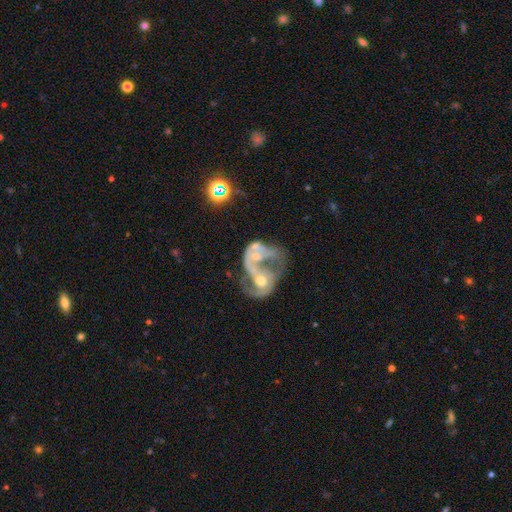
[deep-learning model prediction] Q: Smooth or featured?
A: featured or disk (75%); runner-up: smooth (16%)
Q: Edge-on disk?
A: no (98%); runner-up: yes (2%)
Q: Bar?
A: no (74%); runner-up: weak (21%)
Q: Spiral arms?
A: yes (65%); runner-up: no (35%)
Q: Bulge size?
A: moderate (56%); runner-up: small (23%)
Q: Merging?
A: merger (67%); runner-up: major disturbance (19%)